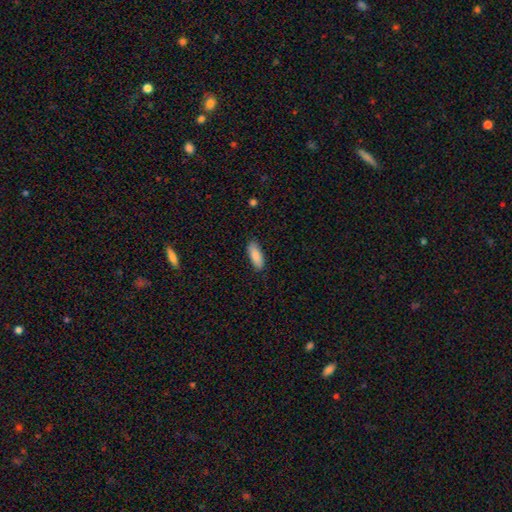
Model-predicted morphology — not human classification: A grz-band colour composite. It shows a smooth galaxy with no disk features (88%) that is in between round and cigar-shaped (69%). Merging: none (87%).